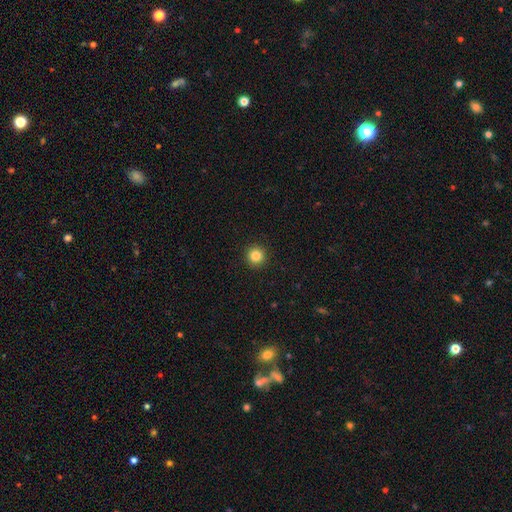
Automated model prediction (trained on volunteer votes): The model was most divided on "smooth or featured": smooth: 85%, star or artifact: 11%, featured or disk: 4%. More confident: how rounded — round (96%); merging — none (93%).